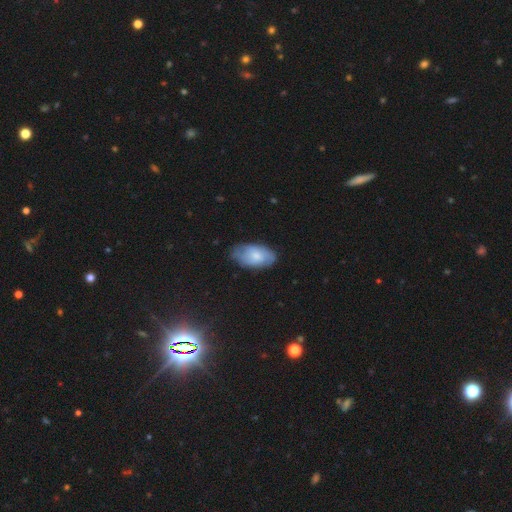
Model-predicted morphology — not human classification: Q: Smooth or featured?
A: smooth (59%); runner-up: featured or disk (35%)
Q: How rounded?
A: in between (94%); runner-up: round (4%)
Q: Merging?
A: none (64%); runner-up: minor disturbance (28%)